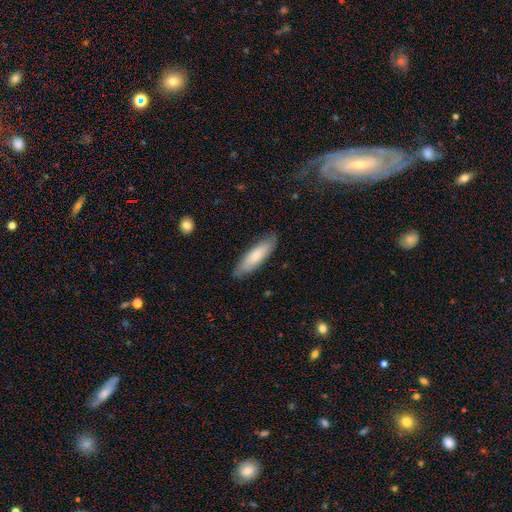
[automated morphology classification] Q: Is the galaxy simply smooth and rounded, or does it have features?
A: smooth — 76%.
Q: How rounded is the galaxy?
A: cigar-shaped — 61%.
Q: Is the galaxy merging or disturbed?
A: none — 84%.